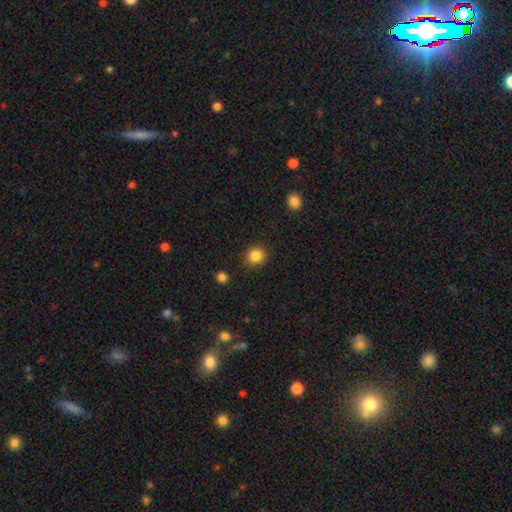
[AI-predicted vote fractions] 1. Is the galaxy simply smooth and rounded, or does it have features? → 85% smooth, 10% star or artifact, 5% featured or disk.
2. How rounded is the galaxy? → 82% round, 17% in between, 1% cigar-shaped.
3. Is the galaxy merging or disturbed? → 87% none, 9% minor disturbance, 3% major disturbance, 2% merger.